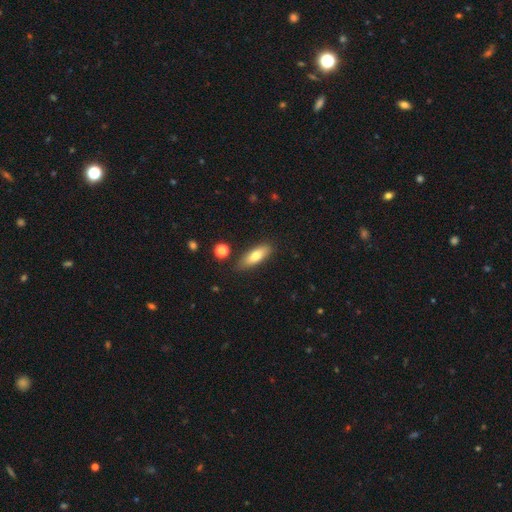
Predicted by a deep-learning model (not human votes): Overall: smooth (74%). How rounded: in between (62%; cigar-shaped 35%). Merging: none (83%).